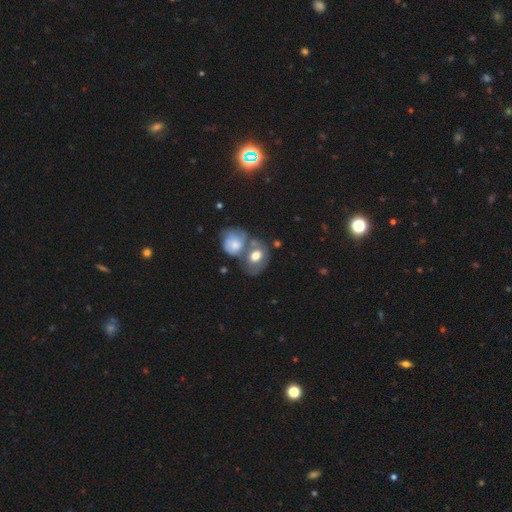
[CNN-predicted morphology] type=smooth (60%); roundness=in between (67%); merging=merger (50%).